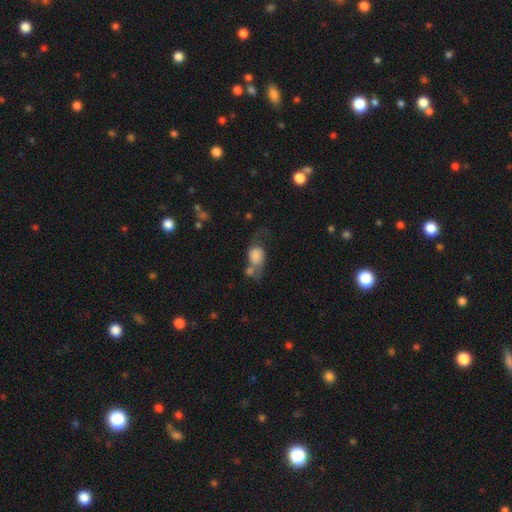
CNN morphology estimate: smooth-or-featured: smooth: 71% | featured or disk: 21% | star or artifact: 9%
  how-rounded: in between: 61% | round: 37% | cigar-shaped: 2%
  merging: merger: 33% | major disturbance: 26% | none: 23% | minor disturbance: 18%